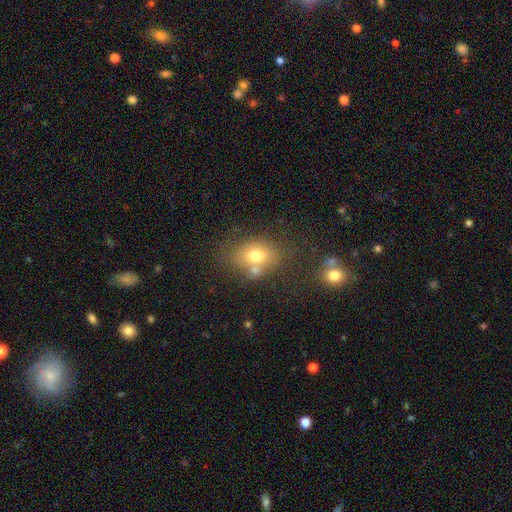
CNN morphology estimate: This appears to be a smooth galaxy with no disk features (71%) that is in between round and cigar-shaped (58%). Merging: none (57%).